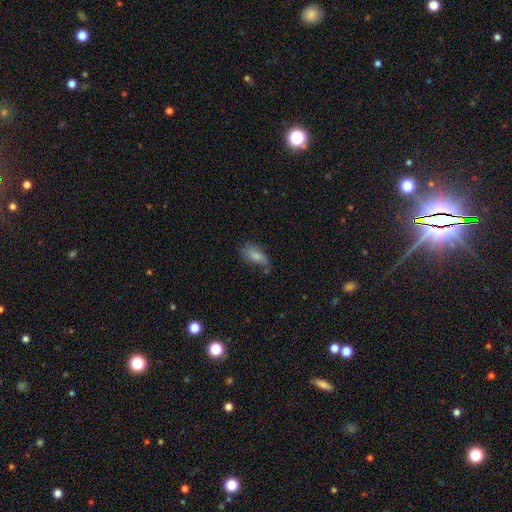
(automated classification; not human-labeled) This appears to be a smooth galaxy with no disk features (75%) that is in between round and cigar-shaped (87%). Merging: none (53%).